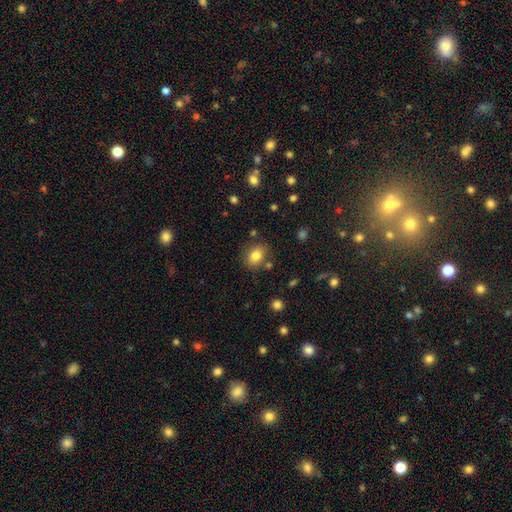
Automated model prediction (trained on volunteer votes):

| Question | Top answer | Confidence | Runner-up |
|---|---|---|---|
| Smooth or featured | smooth | 80% | star or artifact (10%) |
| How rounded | in between | 55% | round (43%) |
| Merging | none | 80% | minor disturbance (12%) |